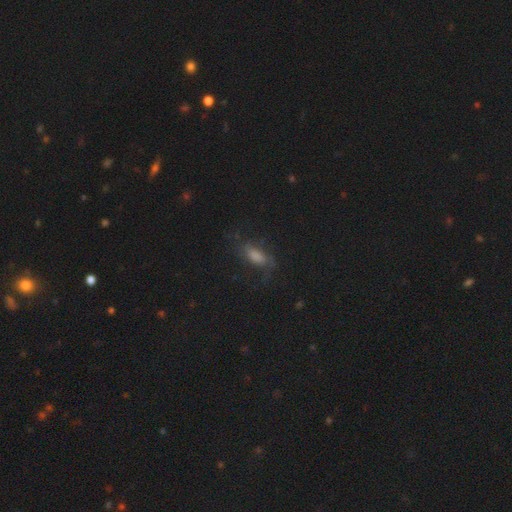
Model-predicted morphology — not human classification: type=smooth (45%); merging=none (62%).